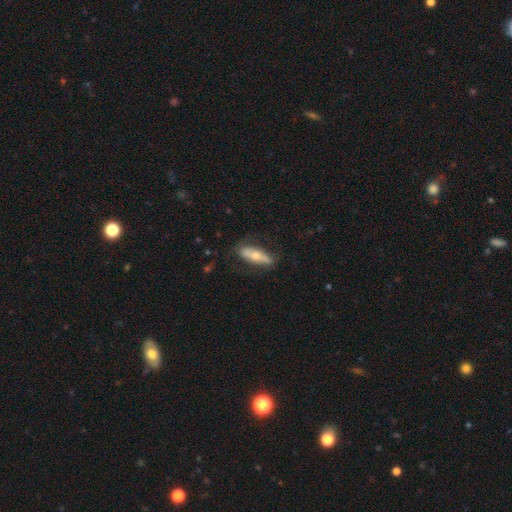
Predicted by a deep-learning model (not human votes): This appears to be a smooth galaxy with no disk features (48%). Merging: none (71%).